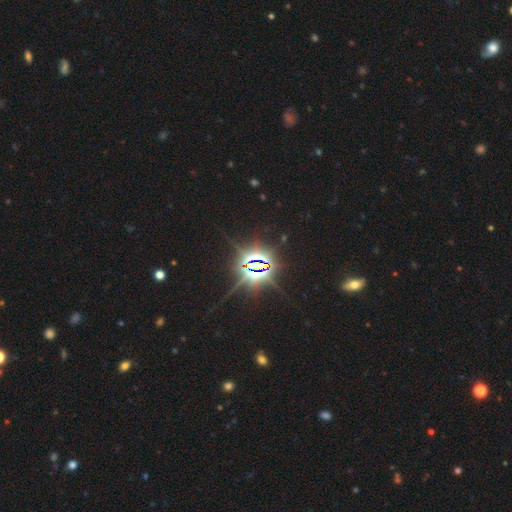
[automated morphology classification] smooth-or-featured: star or artifact: 85% | featured or disk: 8% | smooth: 7%